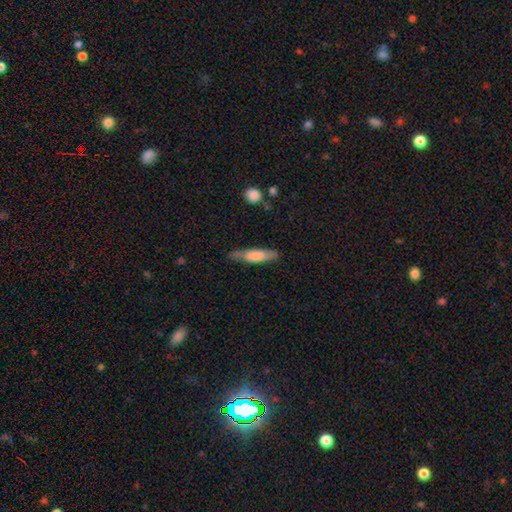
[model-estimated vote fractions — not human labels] Smooth or featured?
  - smooth: 64% *
  - featured or disk: 30%
  - star or artifact: 6%
How rounded?
  - cigar-shaped: 68% *
  - in between: 30%
  - round: 2%
Merging?
  - none: 72% *
  - minor disturbance: 21%
  - major disturbance: 5%
  - merger: 2%